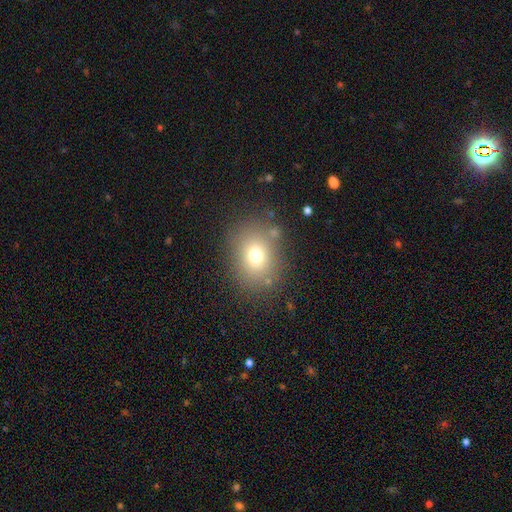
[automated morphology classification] Q: Smooth or featured?
A: smooth (71%); runner-up: star or artifact (15%)
Q: How rounded?
A: round (50%); runner-up: in between (49%)
Q: Merging?
A: none (80%); runner-up: minor disturbance (11%)